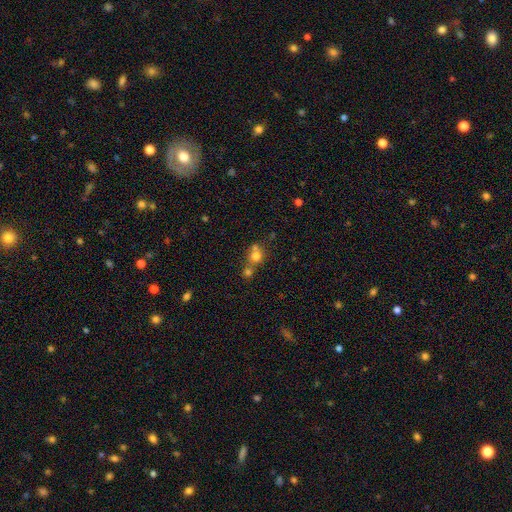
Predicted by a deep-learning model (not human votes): Smooth or featured? smooth (71%)
How rounded? round (80%)
Merging? merger (49%)